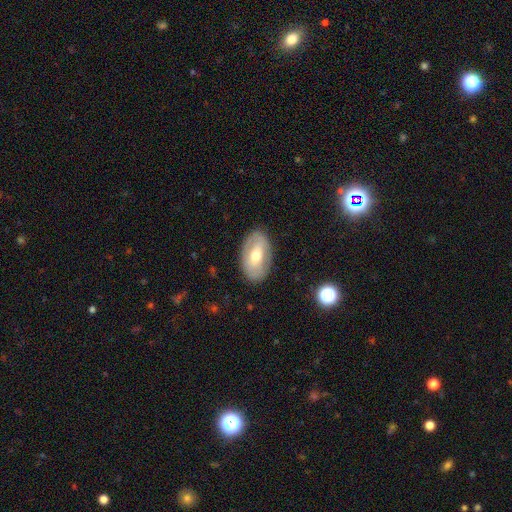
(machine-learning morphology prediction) Overall: featured or disk (48%; smooth 46%). Merging: none (84%).